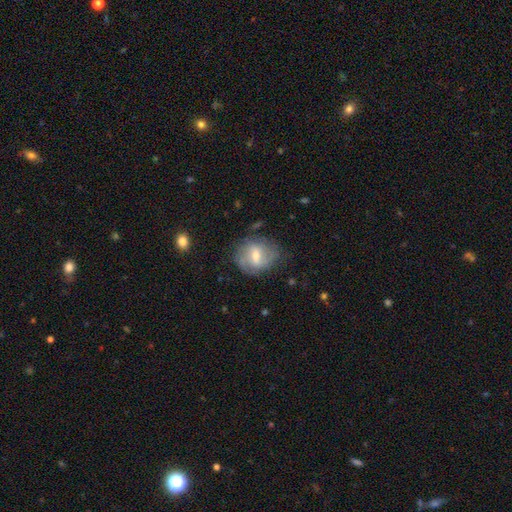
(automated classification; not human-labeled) featured or disk 57%, smooth 35%, star or artifact 7%. Down the decision tree: edge-on disk — no (96%); bar — weak (56%); spiral arms — yes (75%); bulge size — moderate (54%); merging — none (67%).